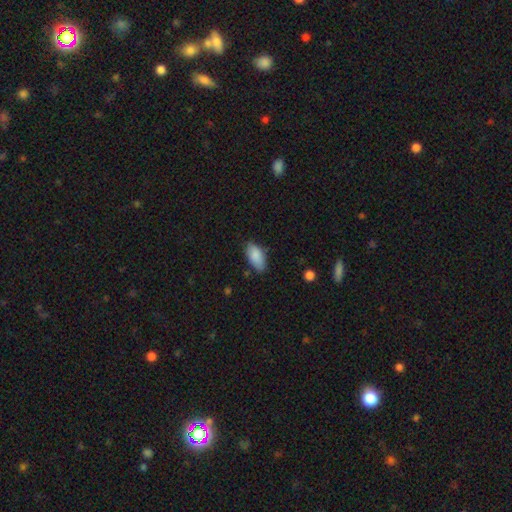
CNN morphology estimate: Q: Smooth or featured?
A: smooth (87%); runner-up: star or artifact (7%)
Q: How rounded?
A: in between (92%); runner-up: cigar-shaped (6%)
Q: Merging?
A: none (74%); runner-up: minor disturbance (21%)